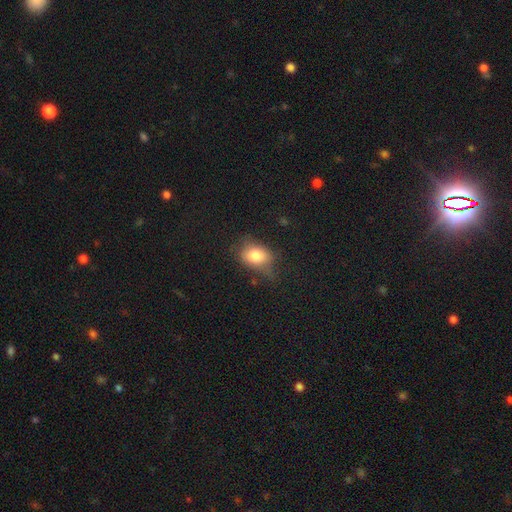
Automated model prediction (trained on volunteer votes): Overall: smooth (81%). How rounded: in between (74%). Merging: none (50%; minor disturbance 33%).